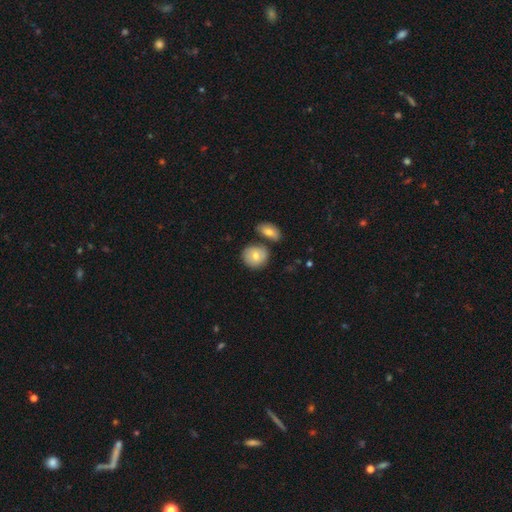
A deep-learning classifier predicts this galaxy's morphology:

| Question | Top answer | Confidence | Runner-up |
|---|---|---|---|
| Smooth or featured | smooth | 76% | featured or disk (17%) |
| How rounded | round | 79% | in between (20%) |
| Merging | none | 63% | merger (22%) |